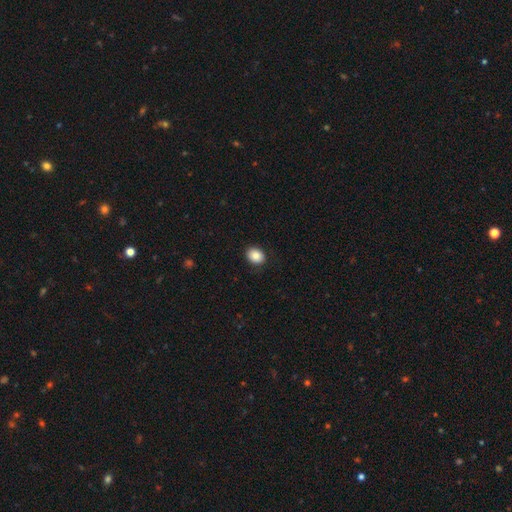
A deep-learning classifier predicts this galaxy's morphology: The model was most divided on "how rounded": in between: 55%, round: 45%, cigar-shaped: 1%. More confident: merging — none (88%); smooth or featured — smooth (85%).